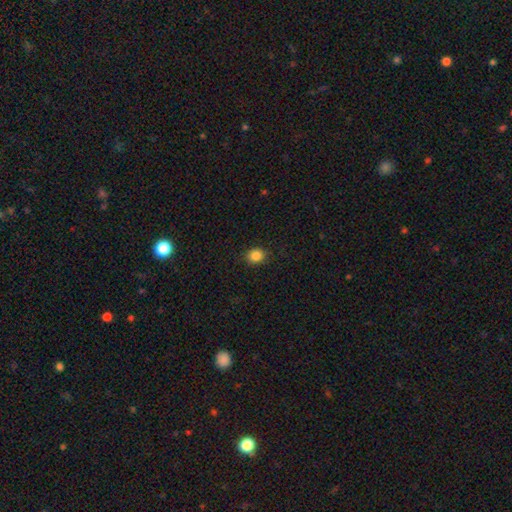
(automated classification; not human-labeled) This is clearly a smooth galaxy (85%). How rounded: likely round (69%). Merging: clearly none (89%).